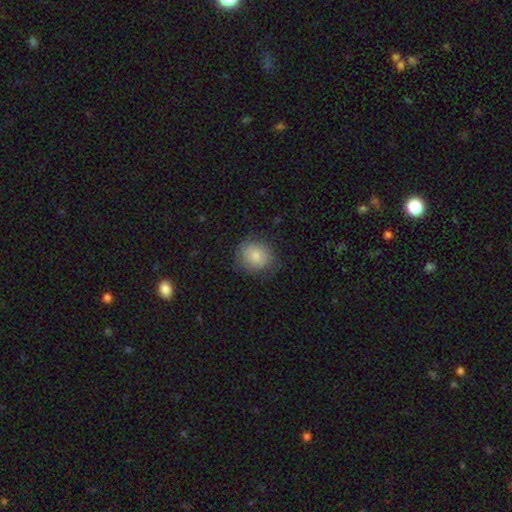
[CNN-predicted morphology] This appears to be a smooth galaxy with no disk features (79%) that is round (81%). Merging: none (74%).